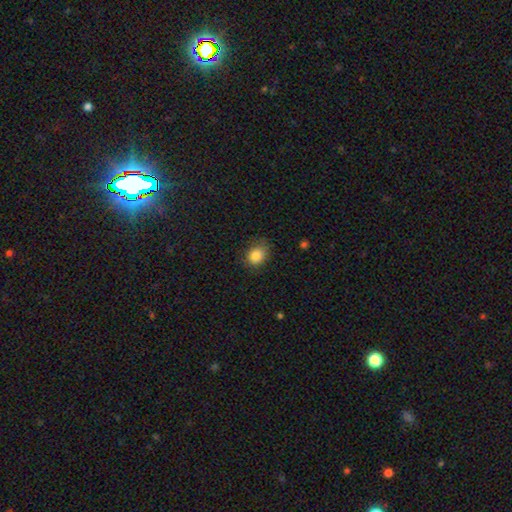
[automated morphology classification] smooth_or_featured: smooth (p=0.85) [alt: star or artifact p=0.10]
how_rounded: round (p=0.53) [alt: in between p=0.46]
merging: none (p=0.72) [alt: minor disturbance p=0.22]